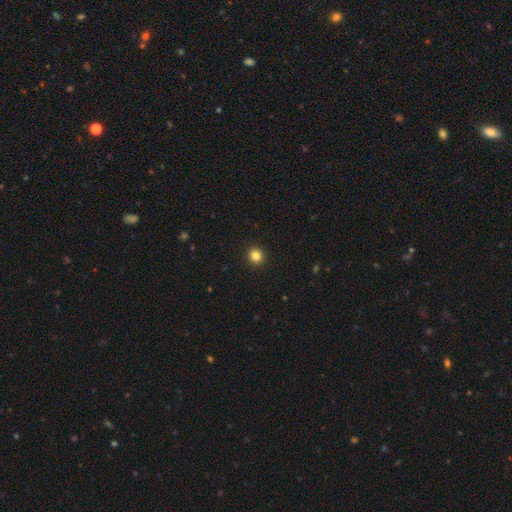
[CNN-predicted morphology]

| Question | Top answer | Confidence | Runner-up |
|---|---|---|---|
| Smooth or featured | smooth | 83% | star or artifact (12%) |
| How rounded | round | 94% | in between (5%) |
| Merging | none | 93% | minor disturbance (4%) |